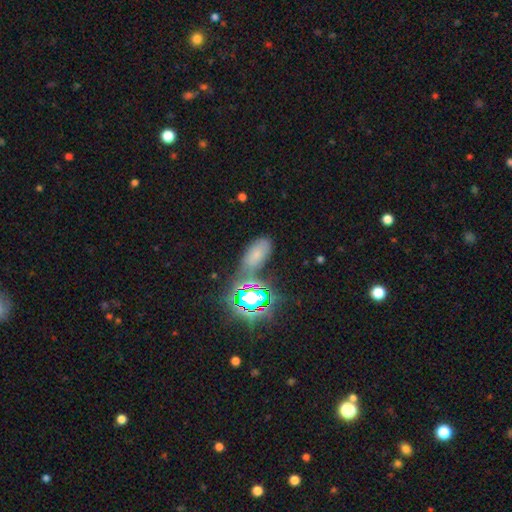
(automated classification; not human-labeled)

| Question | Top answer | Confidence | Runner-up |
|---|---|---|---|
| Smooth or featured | smooth | 46% | star or artifact (41%) |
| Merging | none | 60% | minor disturbance (19%) |